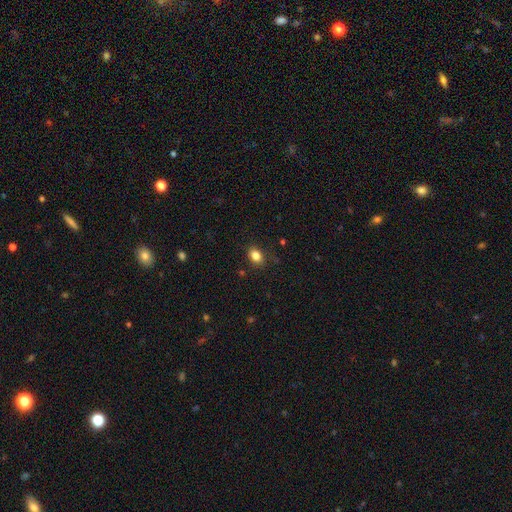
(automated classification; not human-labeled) Overall: smooth (83%). How rounded: in between (71%). Merging: none (84%).